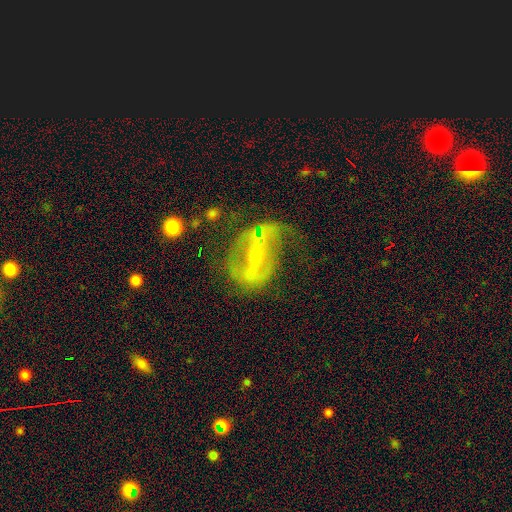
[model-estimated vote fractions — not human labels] featured or disk 78%, smooth 13%, star or artifact 9%. Down the decision tree: edge-on disk — no (91%); bar — strong (60%); spiral arms — yes (64%); bulge size — small (67%); merging — none (45%).